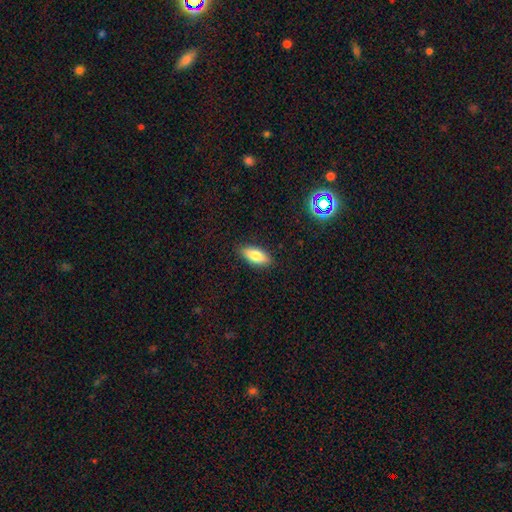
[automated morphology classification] This appears to be a smooth galaxy with no disk features (81%) that is in between round and cigar-shaped (82%). Merging: none (88%).